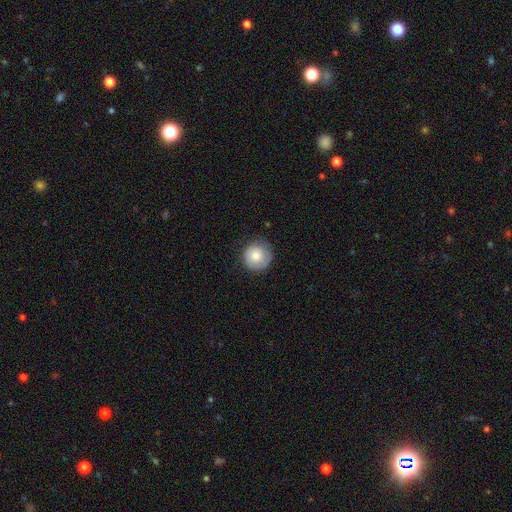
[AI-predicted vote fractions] This is likely a smooth galaxy (75%). How rounded: clearly round (94%). Merging: likely none (76%).